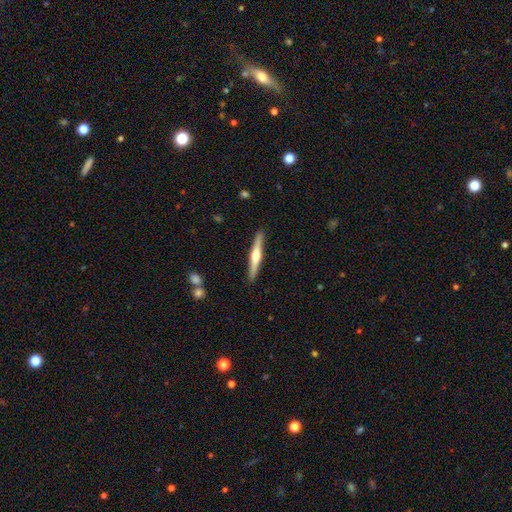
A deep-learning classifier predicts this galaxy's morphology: Q: Smooth or featured?
A: featured or disk (62%); runner-up: smooth (33%)
Q: Edge-on disk?
A: yes (97%); runner-up: no (3%)
Q: Edge-on bulge?
A: rounded (83%); runner-up: boxy (8%)
Q: Merging?
A: none (90%); runner-up: minor disturbance (7%)